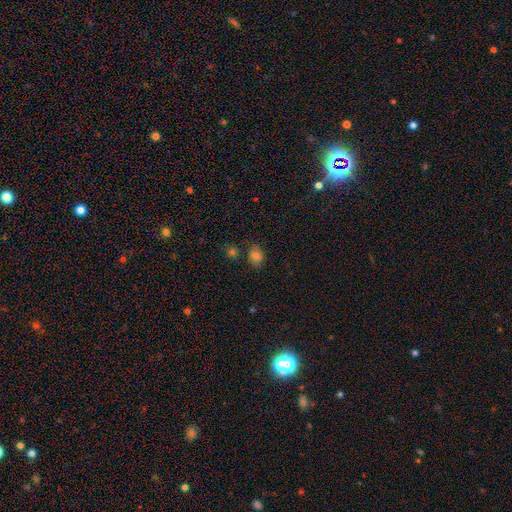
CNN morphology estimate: smooth_or_featured: smooth (p=0.74) [alt: star or artifact p=0.17]
how_rounded: in between (p=0.65) [alt: round p=0.34]
merging: none (p=0.74) [alt: minor disturbance p=0.15]